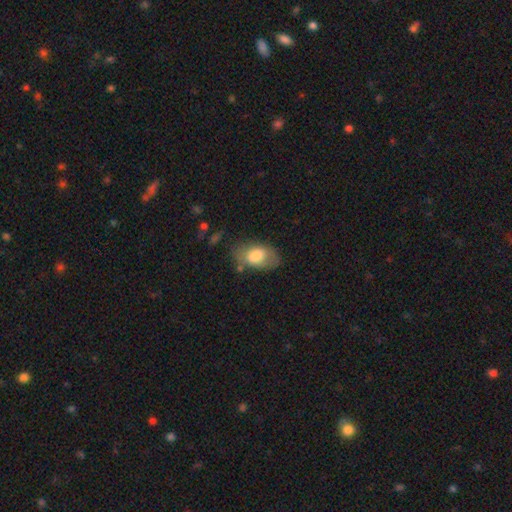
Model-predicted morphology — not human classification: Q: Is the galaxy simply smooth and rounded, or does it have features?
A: smooth — 73%.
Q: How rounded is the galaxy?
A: in between — 90%.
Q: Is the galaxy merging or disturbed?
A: none — 60%.